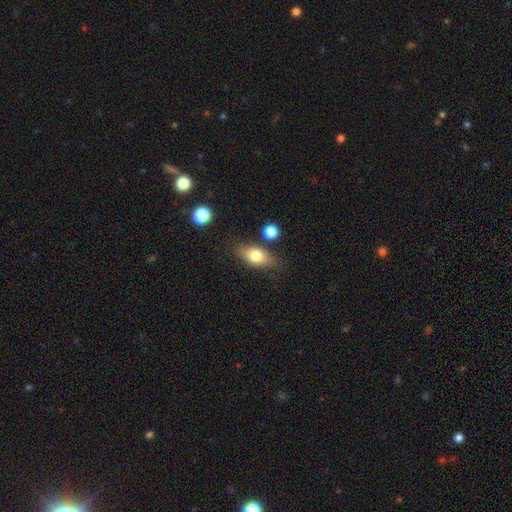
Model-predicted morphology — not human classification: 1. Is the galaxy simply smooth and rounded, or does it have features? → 75% smooth, 17% featured or disk, 8% star or artifact.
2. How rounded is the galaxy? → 82% in between, 10% round, 8% cigar-shaped.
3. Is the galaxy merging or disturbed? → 72% none, 17% minor disturbance, 7% merger, 5% major disturbance.